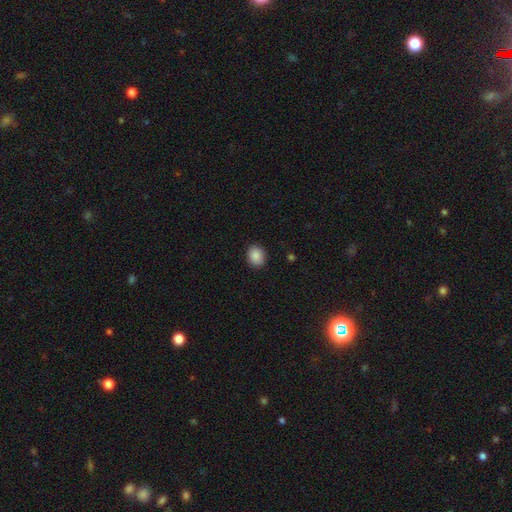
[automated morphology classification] Q: Smooth or featured?
A: smooth (88%); runner-up: star or artifact (8%)
Q: How rounded?
A: round (62%); runner-up: in between (37%)
Q: Merging?
A: none (89%); runner-up: minor disturbance (7%)